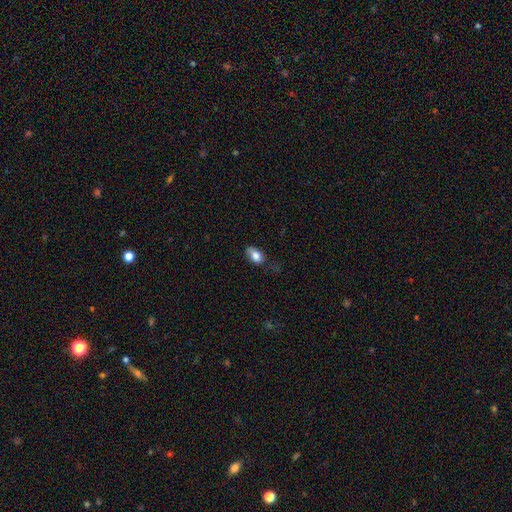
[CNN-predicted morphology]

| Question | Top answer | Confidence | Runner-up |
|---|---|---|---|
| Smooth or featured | smooth | 80% | featured or disk (13%) |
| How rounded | in between | 87% | round (10%) |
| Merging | none | 47% | minor disturbance (35%) |